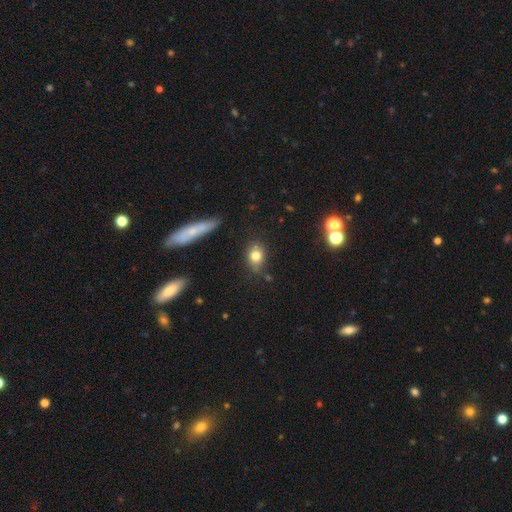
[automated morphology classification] This is likely a smooth galaxy (79%). How rounded: possibly in between (59%). Merging: likely none (76%).